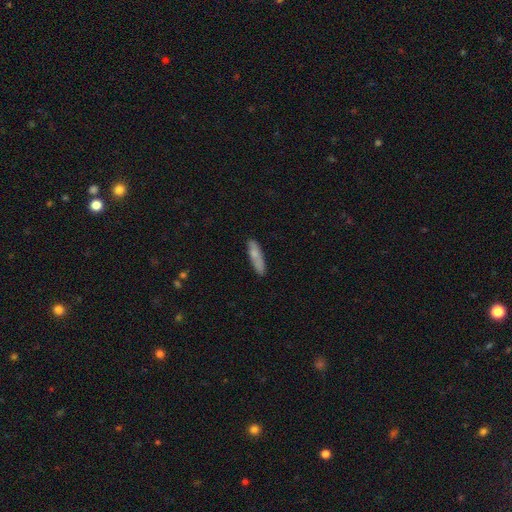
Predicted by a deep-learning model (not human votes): Smooth or featured: smooth — 72% (featured or disk — 21%)
How rounded: cigar-shaped — 72% (in between — 26%)
Merging: none — 81% (minor disturbance — 15%)